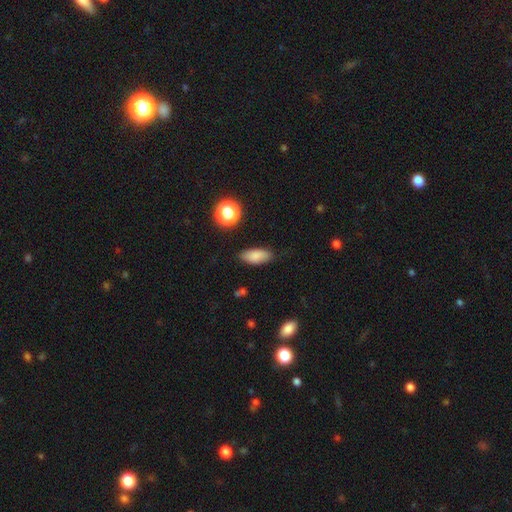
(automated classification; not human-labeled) smooth_or_featured: smooth (p=0.83) [alt: star or artifact p=0.09]
how_rounded: in between (p=0.83) [alt: cigar-shaped p=0.13]
merging: none (p=0.82) [alt: minor disturbance p=0.13]